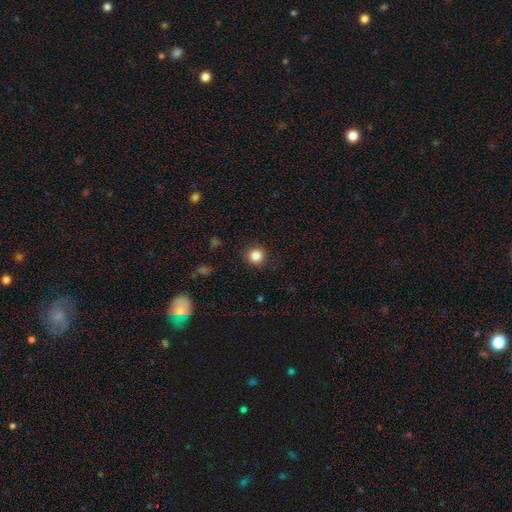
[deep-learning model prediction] Smooth or featured?
  - smooth: 85% *
  - star or artifact: 11%
  - featured or disk: 4%
How rounded?
  - round: 94% *
  - in between: 6%
  - cigar-shaped: 1%
Merging?
  - none: 90% *
  - minor disturbance: 6%
  - major disturbance: 2%
  - merger: 1%